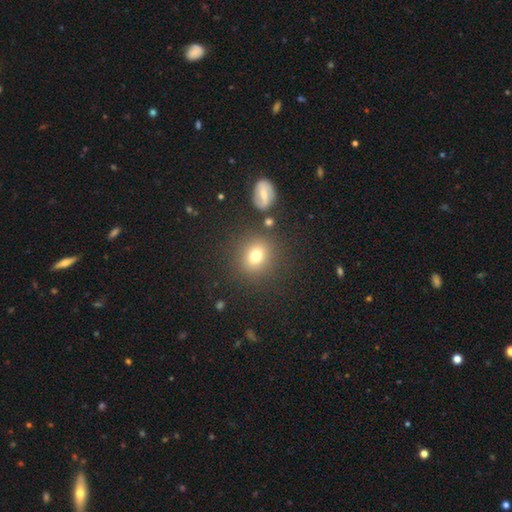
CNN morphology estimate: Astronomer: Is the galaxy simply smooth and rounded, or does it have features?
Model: smooth — 75%.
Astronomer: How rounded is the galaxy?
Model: round — 79%.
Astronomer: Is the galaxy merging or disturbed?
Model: none — 82%.